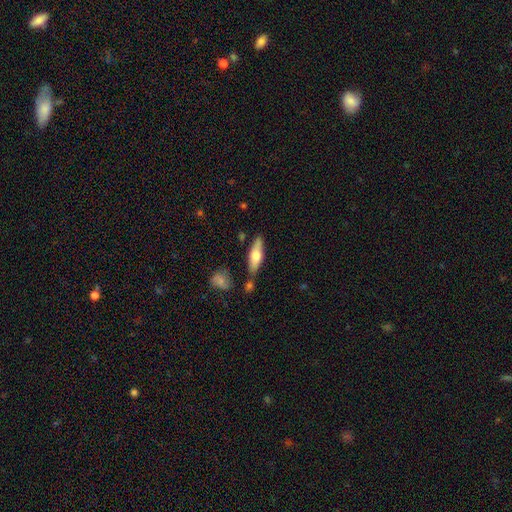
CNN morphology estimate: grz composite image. It shows a smooth galaxy with no disk features (54%) that is cigar-shaped (50%). Merging: none (78%).